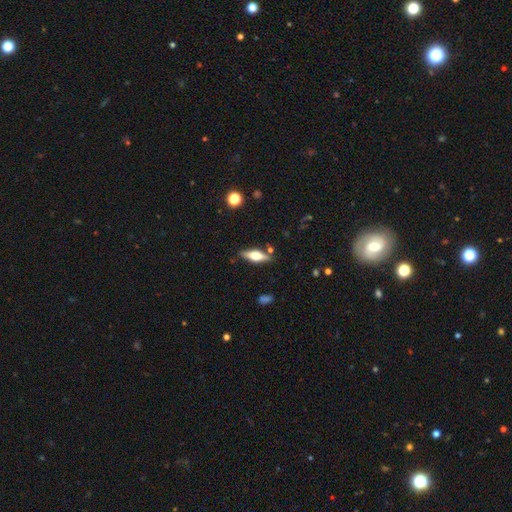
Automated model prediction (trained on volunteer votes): Smooth or featured? featured or disk (52%)
Edge-on disk? yes (93%)
Merging? none (84%)